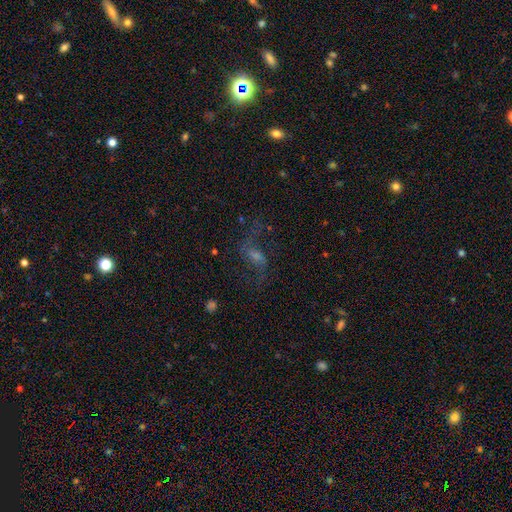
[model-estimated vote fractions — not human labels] smooth-or-featured: featured or disk: 66% | star or artifact: 18% | smooth: 16%
  disk-edge-on: no: 93% | yes: 7%
    bar: weak: 50% | no: 30% | strong: 20%
    has-spiral-arms: yes: 90% | no: 10%
      spiral-winding: loose: 79% | medium: 18% | tight: 4%
      spiral-arm-count: 2: 90% | can't tell: 4% | 1: 3% | 3: 1% | 4: 1% | more than 4: 1%
    bulge-size: moderate: 37% | small: 36% | none: 16% | large: 9% | dominant: 2%
  merging: none: 67% | major disturbance: 17% | minor disturbance: 14% | merger: 2%